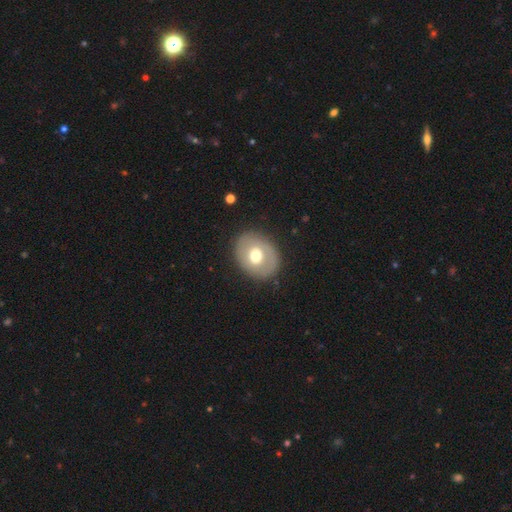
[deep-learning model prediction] Morphology: type=smooth (55%); roundness=in between (50%); merging=none (83%).